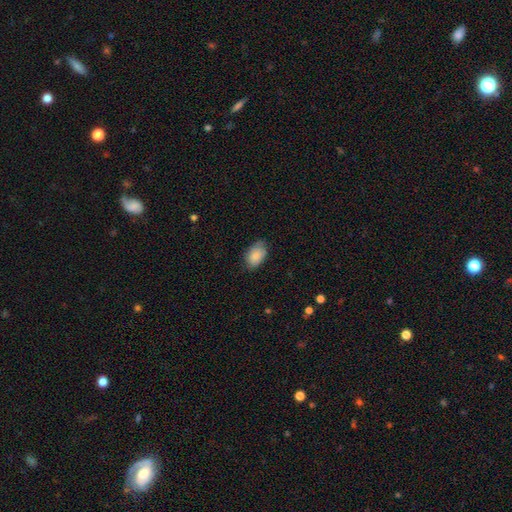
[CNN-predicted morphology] Q: Smooth or featured?
A: smooth (86%); runner-up: featured or disk (7%)
Q: How rounded?
A: in between (90%); runner-up: round (8%)
Q: Merging?
A: none (73%); runner-up: minor disturbance (22%)